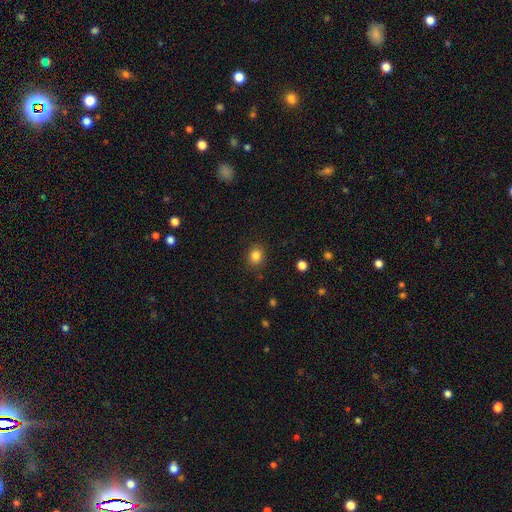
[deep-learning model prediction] Smooth or featured?
  - smooth: 83% *
  - star or artifact: 11%
  - featured or disk: 5%
How rounded?
  - round: 73% *
  - in between: 26%
  - cigar-shaped: 1%
Merging?
  - none: 88% *
  - minor disturbance: 8%
  - major disturbance: 2%
  - merger: 1%